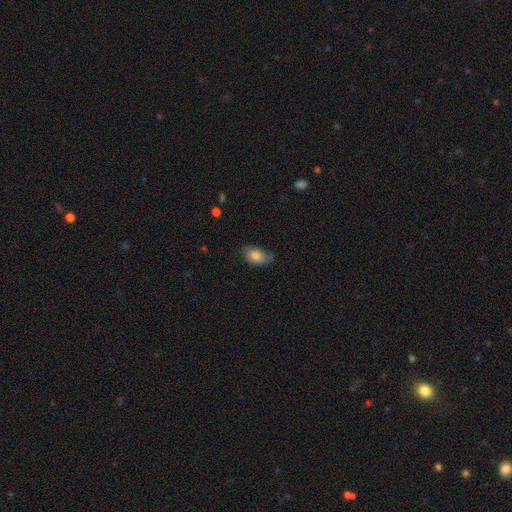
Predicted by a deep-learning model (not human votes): This is likely a smooth galaxy (78%). How rounded: clearly in between (90%). Merging: likely none (64%).